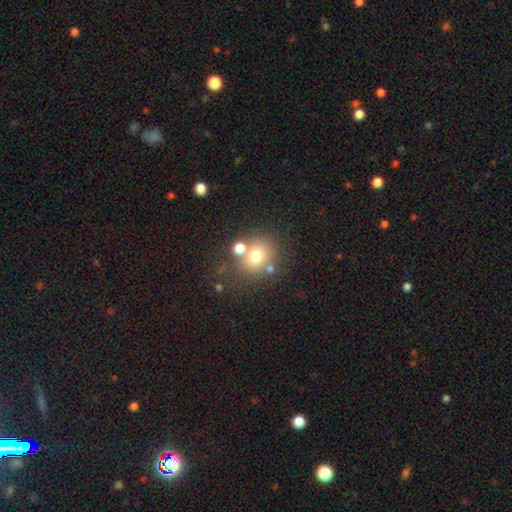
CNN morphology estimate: Smooth or featured?
  - smooth: 70% *
  - star or artifact: 15%
  - featured or disk: 15%
How rounded?
  - round: 77% *
  - in between: 22%
  - cigar-shaped: 1%
Merging?
  - none: 62% *
  - merger: 21%
  - minor disturbance: 12%
  - major disturbance: 5%